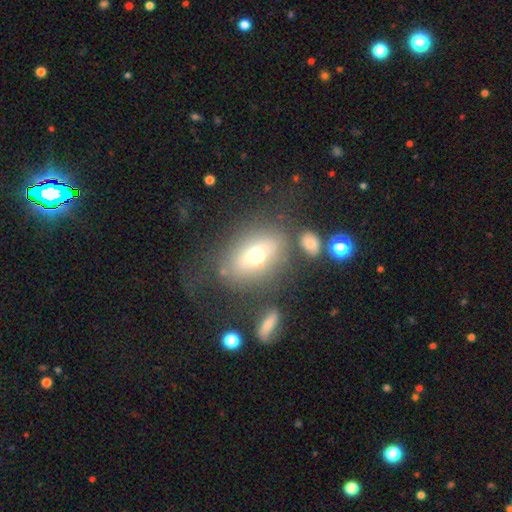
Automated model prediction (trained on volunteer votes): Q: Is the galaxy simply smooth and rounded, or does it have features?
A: smooth — 64%.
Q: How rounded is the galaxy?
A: in between — 63%.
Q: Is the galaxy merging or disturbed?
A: none — 69%.